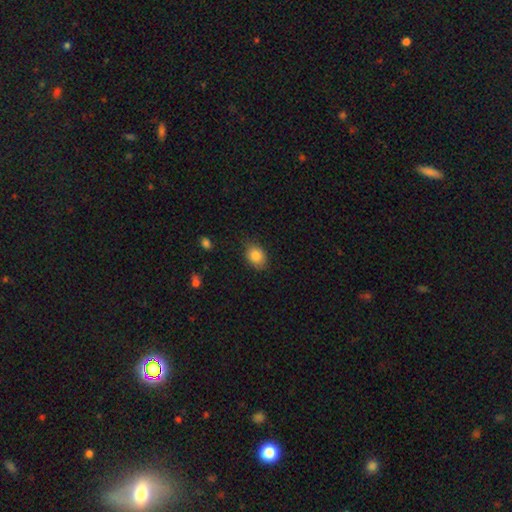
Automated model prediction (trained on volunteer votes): Smooth or featured? smooth (84%)
How rounded? in between (66%)
Merging? none (80%)